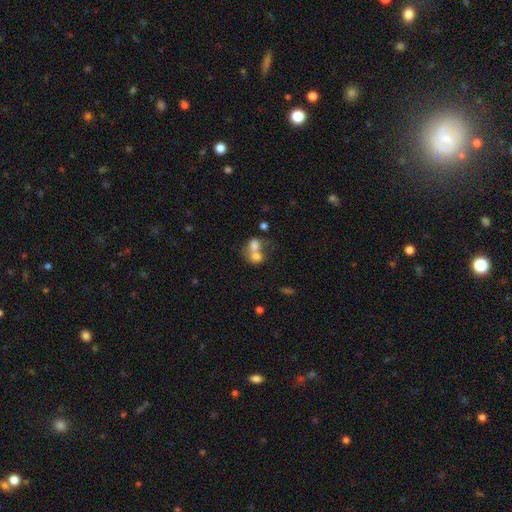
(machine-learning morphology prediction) This appears to be a smooth galaxy with no disk features (71%) that is round (53%). Merging: merger (72%).